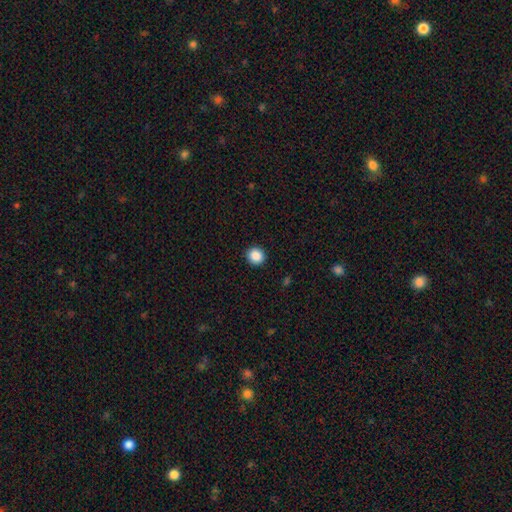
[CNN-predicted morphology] This appears to be a smooth galaxy with no disk features (88%) that is round (90%). Merging: none (92%).